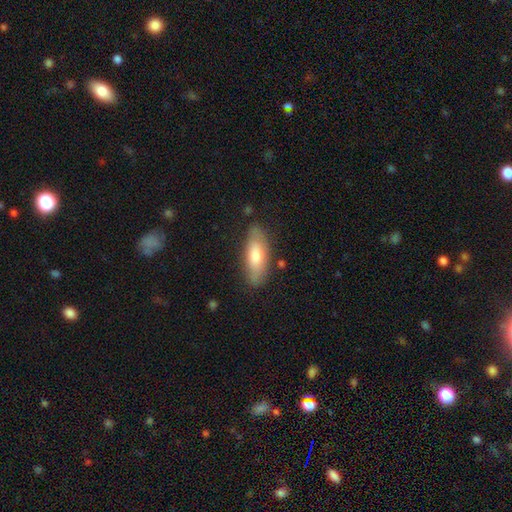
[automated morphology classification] type=smooth (67%); roundness=in between (64%); merging=none (81%).